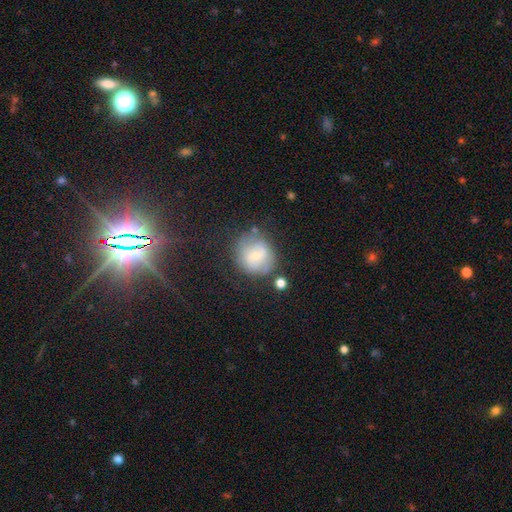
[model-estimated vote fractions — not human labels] smooth 59%, featured or disk 32%, star or artifact 9%. Down the decision tree: how rounded — round (84%); merging — none (60%).